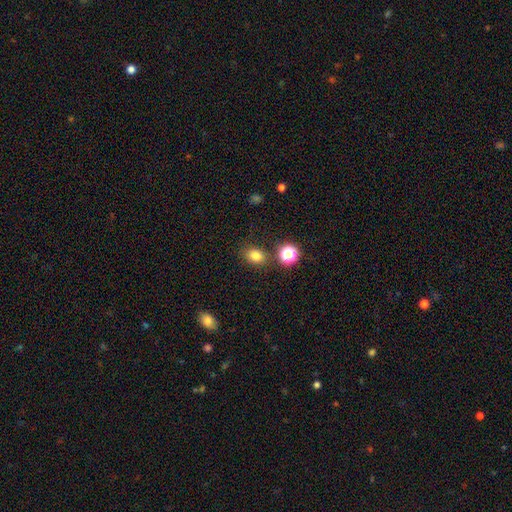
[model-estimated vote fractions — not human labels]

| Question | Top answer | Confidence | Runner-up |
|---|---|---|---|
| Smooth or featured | smooth | 80% | star or artifact (14%) |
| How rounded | in between | 61% | round (38%) |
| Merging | none | 79% | minor disturbance (11%) |